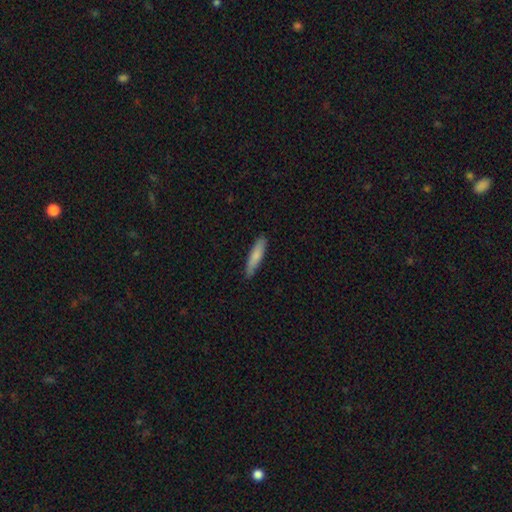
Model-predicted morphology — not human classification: The model was most divided on "smooth or featured": smooth: 80%, featured or disk: 15%, star or artifact: 6%. More confident: merging — none (84%); how rounded — cigar-shaped (83%).